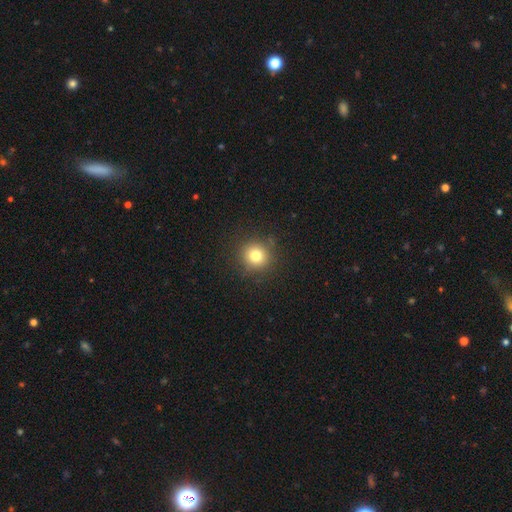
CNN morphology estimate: A smooth galaxy with no disk features (79%) that is round (92%). Merging: none (88%).